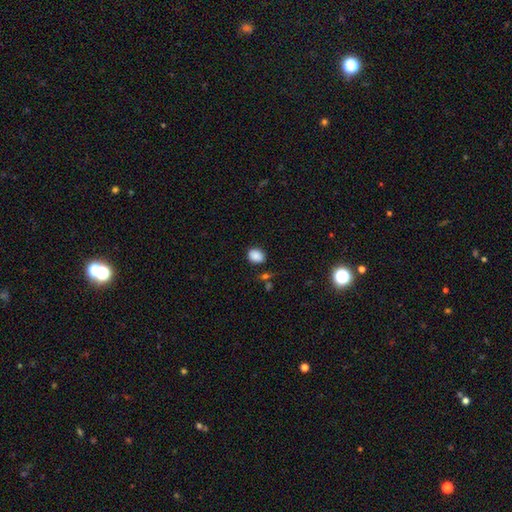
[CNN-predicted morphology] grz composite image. It shows a smooth galaxy with no disk features (88%) that is in between round and cigar-shaped (57%). Merging: none (81%).